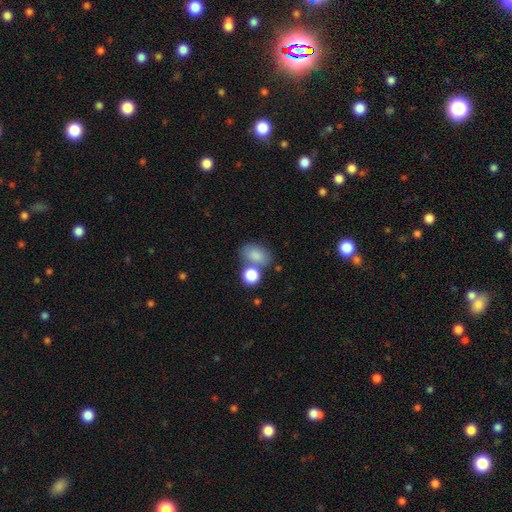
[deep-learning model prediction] A smooth galaxy with no disk features (82%) that is in between round and cigar-shaped (79%).

Vote fractions:
- Smooth or featured? smooth: 82% / star or artifact: 10% / featured or disk: 9%
- How rounded? in between: 79% / round: 19% / cigar-shaped: 2%
- Merging? none: 53% / merger: 26% / minor disturbance: 15% / major disturbance: 6%